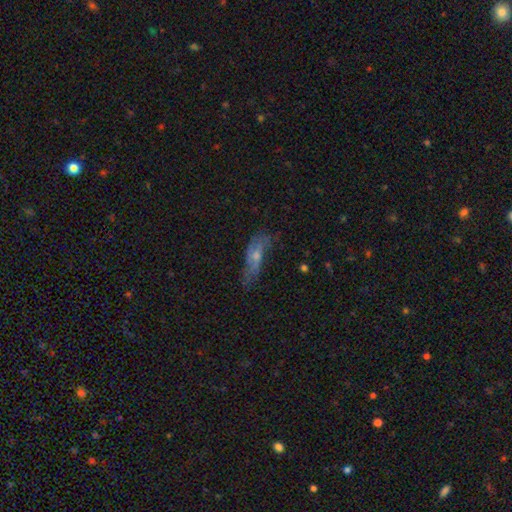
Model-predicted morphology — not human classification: smooth_or_featured: featured or disk (p=0.49) [alt: smooth p=0.39]
merging: none (p=0.50) [alt: minor disturbance p=0.29]